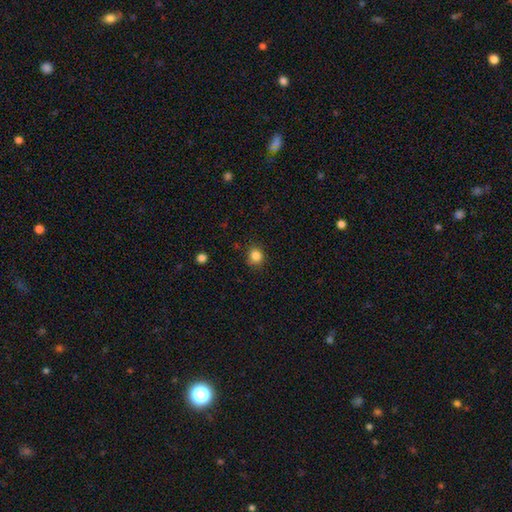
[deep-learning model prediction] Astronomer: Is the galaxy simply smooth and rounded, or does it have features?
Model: smooth — 84%.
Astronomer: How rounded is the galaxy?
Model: round — 83%.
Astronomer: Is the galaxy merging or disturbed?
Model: none — 83%.